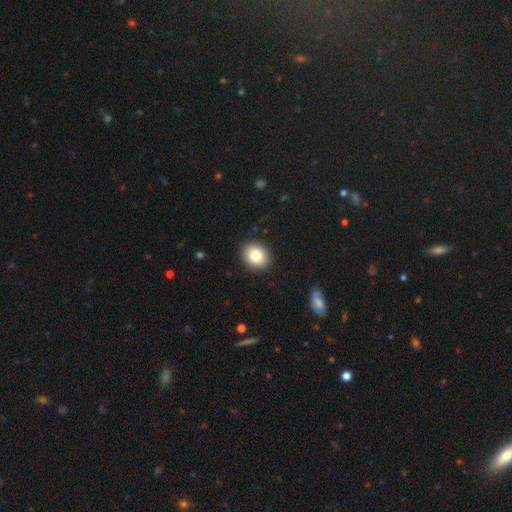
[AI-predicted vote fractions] Q: Smooth or featured?
A: smooth (83%); runner-up: star or artifact (9%)
Q: How rounded?
A: round (56%); runner-up: in between (43%)
Q: Merging?
A: none (90%); runner-up: minor disturbance (7%)